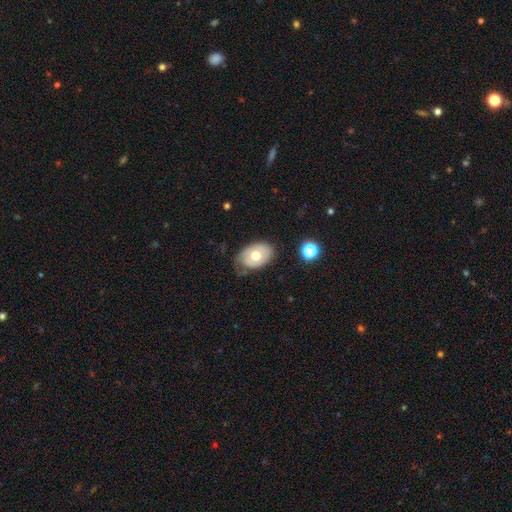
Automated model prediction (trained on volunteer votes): smooth_or_featured: smooth (p=0.59) [alt: featured or disk p=0.33]
how_rounded: in between (p=0.81) [alt: round p=0.18]
merging: none (p=0.62) [alt: minor disturbance p=0.27]